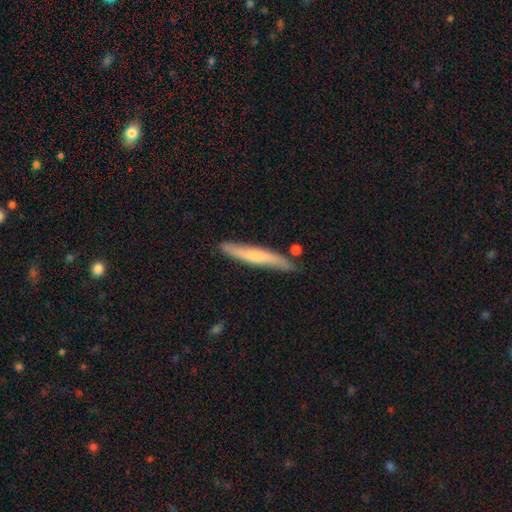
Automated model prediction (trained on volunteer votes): Q: Smooth or featured?
A: smooth (56%); runner-up: featured or disk (38%)
Q: How rounded?
A: cigar-shaped (94%); runner-up: in between (5%)
Q: Merging?
A: none (78%); runner-up: minor disturbance (16%)